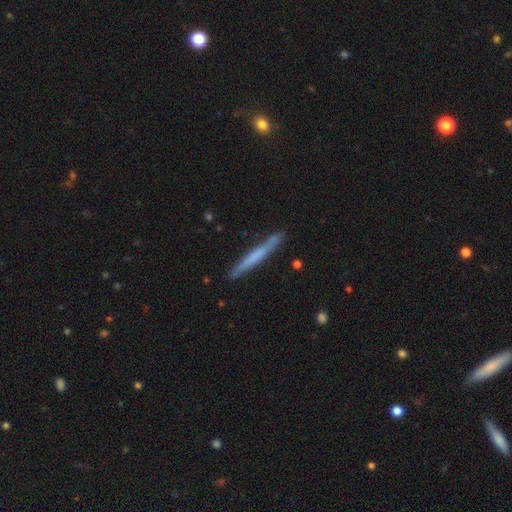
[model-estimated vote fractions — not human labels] The model was most divided on "smooth or featured": smooth: 49%, featured or disk: 45%, star or artifact: 6%. More confident: merging — none (86%).